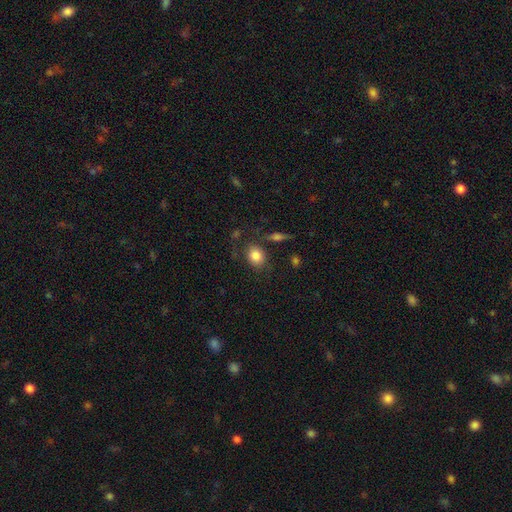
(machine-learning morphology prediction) The model was most divided on "how rounded": in between: 51%, round: 48%, cigar-shaped: 1%. More confident: smooth or featured — smooth (82%); merging — none (74%).